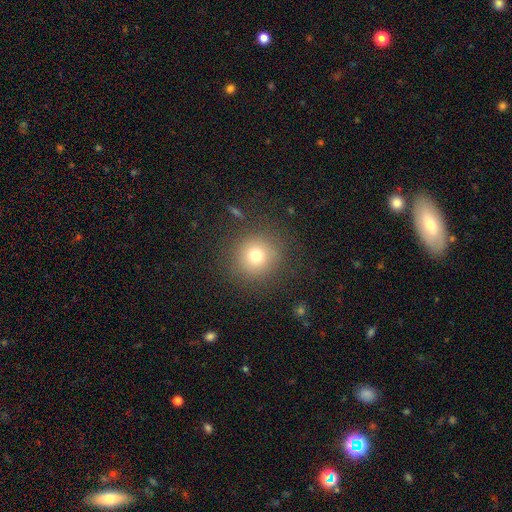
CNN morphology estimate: The model was most divided on "smooth or featured": smooth: 73%, star or artifact: 15%, featured or disk: 12%. More confident: how rounded — round (93%); merging — none (86%).